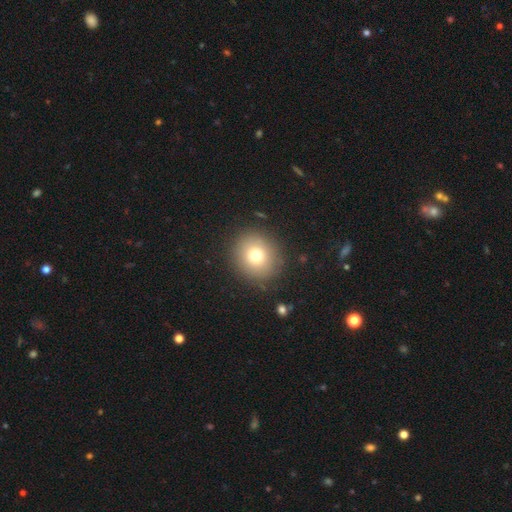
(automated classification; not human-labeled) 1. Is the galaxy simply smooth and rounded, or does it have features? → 75% smooth, 13% featured or disk, 12% star or artifact.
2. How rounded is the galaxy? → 85% round, 14% in between, 1% cigar-shaped.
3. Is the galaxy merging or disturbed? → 87% none, 9% minor disturbance, 3% major disturbance, 1% merger.